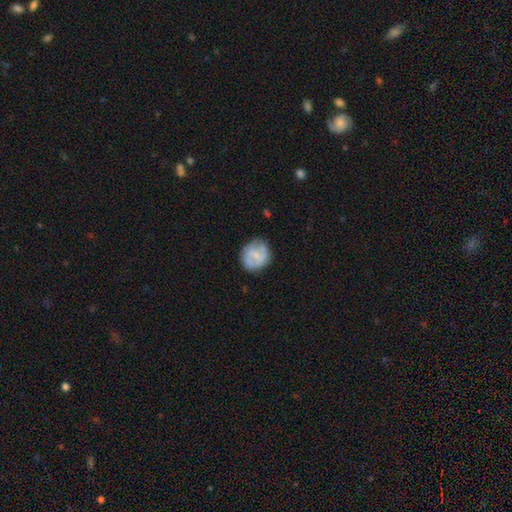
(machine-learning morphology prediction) A featured or disk galaxy (55%) with a weak bar (47%), spiral arms (82%) and a small central bulge (48%). Merging: none (75%).